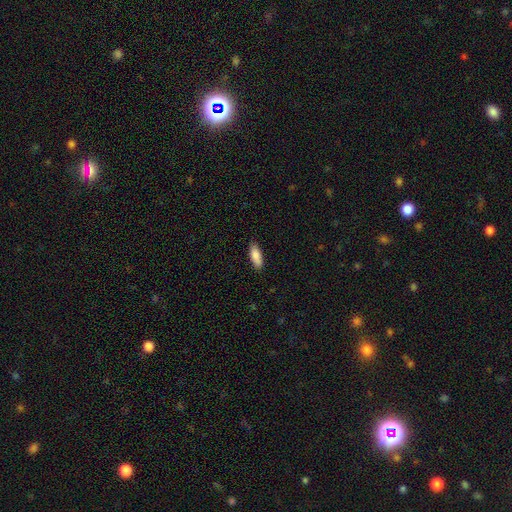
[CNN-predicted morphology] This appears to be a smooth galaxy with no disk features (84%) that is in between round and cigar-shaped (66%). Merging: none (85%).